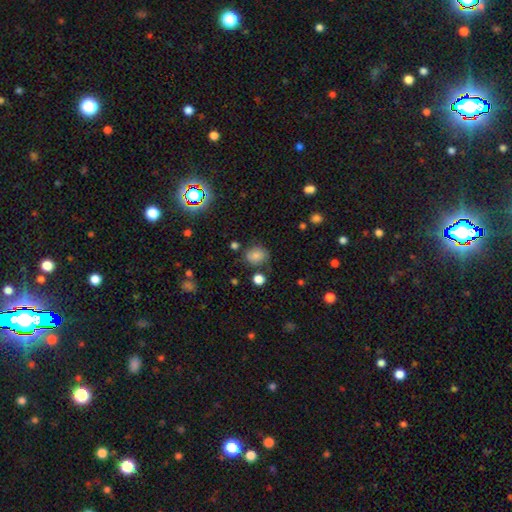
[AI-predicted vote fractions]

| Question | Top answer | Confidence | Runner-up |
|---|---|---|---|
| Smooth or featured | smooth | 77% | star or artifact (13%) |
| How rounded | round | 66% | in between (33%) |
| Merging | none | 70% | minor disturbance (19%) |